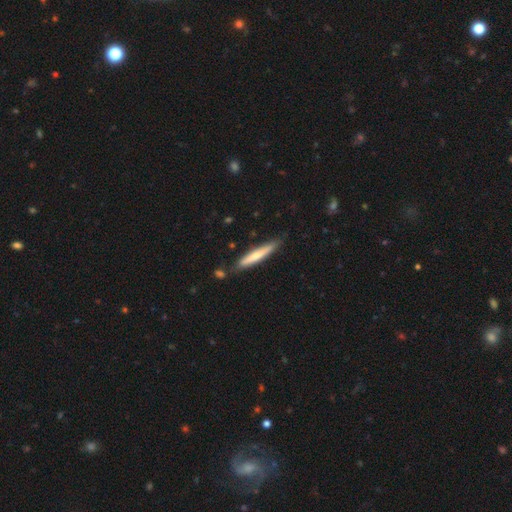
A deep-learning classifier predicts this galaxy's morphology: A smooth galaxy with no disk features (66%) that is cigar-shaped (94%).

Vote fractions:
- Smooth or featured? smooth: 66% / featured or disk: 29% / star or artifact: 5%
- How rounded? cigar-shaped: 94% / in between: 5% / round: 1%
- Merging? none: 80% / minor disturbance: 13% / merger: 5% / major disturbance: 2%